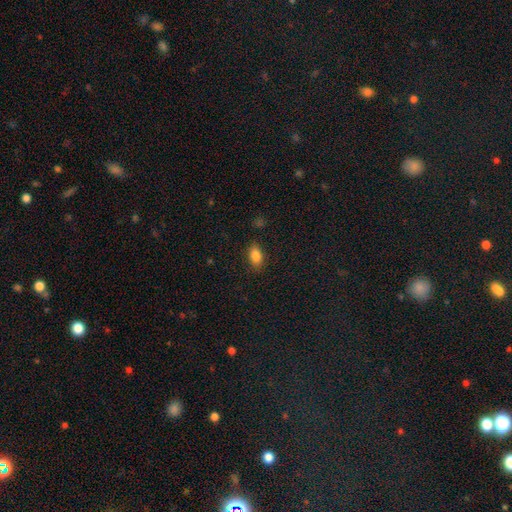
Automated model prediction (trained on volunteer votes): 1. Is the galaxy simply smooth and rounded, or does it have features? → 85% smooth, 9% star or artifact, 6% featured or disk.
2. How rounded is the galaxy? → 88% in between, 8% round, 4% cigar-shaped.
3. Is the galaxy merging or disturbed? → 86% none, 10% minor disturbance, 3% major disturbance, 1% merger.